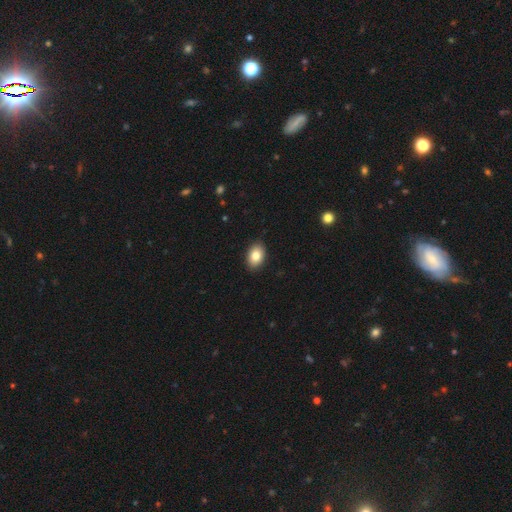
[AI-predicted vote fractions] A smooth galaxy with no disk features (84%) that is in between round and cigar-shaped (87%).

Vote fractions:
- Smooth or featured? smooth: 84% / featured or disk: 8% / star or artifact: 8%
- How rounded? in between: 87% / round: 12% / cigar-shaped: 1%
- Merging? none: 90% / minor disturbance: 8% / major disturbance: 2% / merger: 1%